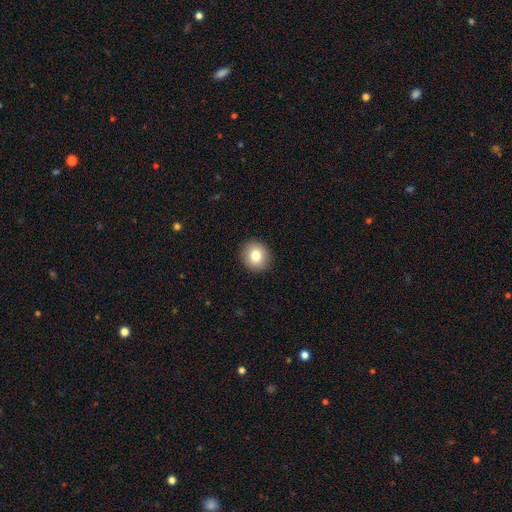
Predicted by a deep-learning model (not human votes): Smooth or featured? smooth (82%)
How rounded? round (85%)
Merging? none (92%)